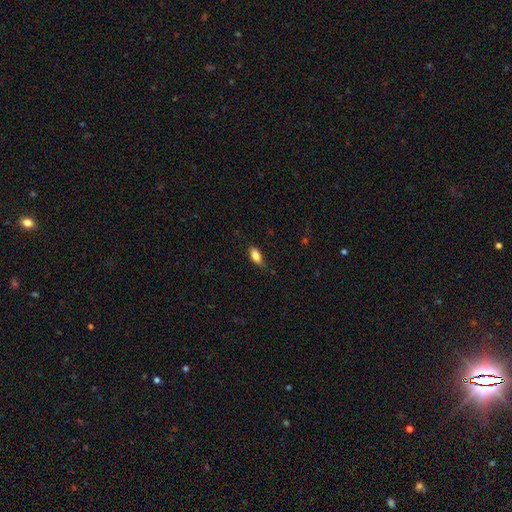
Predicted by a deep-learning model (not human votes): This appears to be a smooth galaxy with no disk features (81%) that is in between round and cigar-shaped (83%). Merging: none (74%).